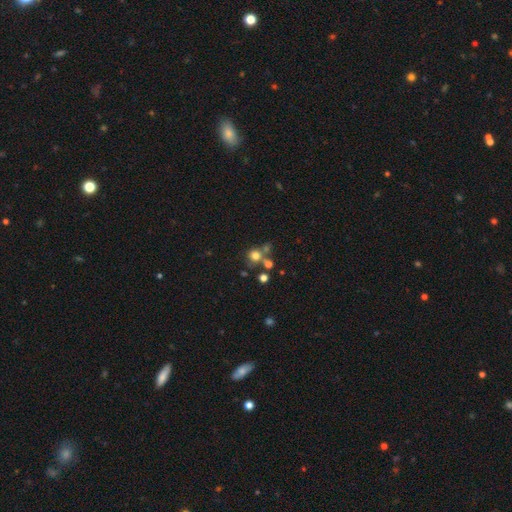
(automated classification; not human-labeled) Smooth or featured: smooth — 71% (star or artifact — 16%)
How rounded: round — 86% (in between — 13%)
Merging: none — 52% (merger — 31%)